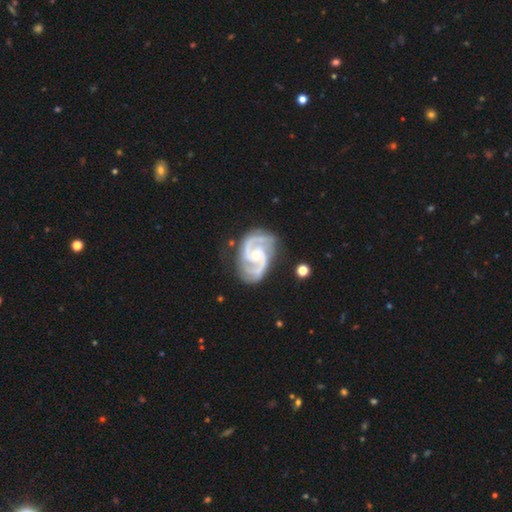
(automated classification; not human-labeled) smooth_or_featured: featured or disk (p=0.94) [alt: star or artifact p=0.03]
disk_edge_on: no (p=0.98) [alt: yes p=0.02]
bar: no (p=0.53) [alt: weak p=0.36]
has_spiral_arms: yes (p=0.99) [alt: no p=0.01]
spiral_winding: medium (p=0.59) [alt: tight p=0.33]
spiral_arm_count: 2 (p=0.90) [alt: 3 p=0.04]
bulge_size: moderate (p=0.49) [alt: small p=0.47]
merging: none (p=0.77) [alt: minor disturbance p=0.16]